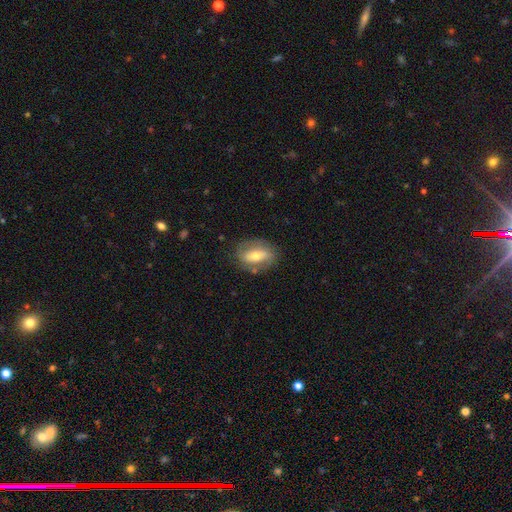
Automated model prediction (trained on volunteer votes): Q: Smooth or featured?
A: featured or disk (52%); runner-up: smooth (40%)
Q: Edge-on disk?
A: no (87%); runner-up: yes (13%)
Q: Merging?
A: none (76%); runner-up: minor disturbance (16%)